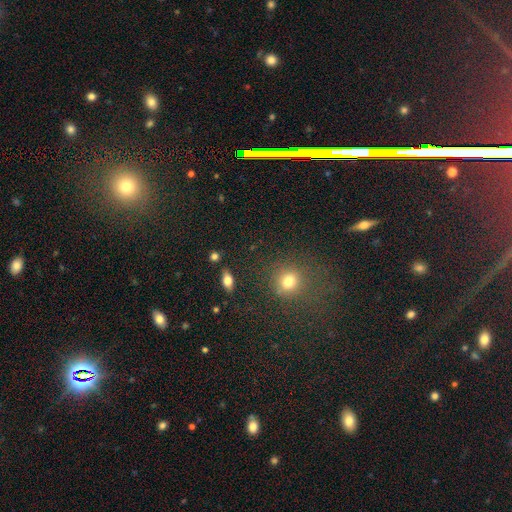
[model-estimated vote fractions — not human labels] Smooth or featured? star or artifact (52%)